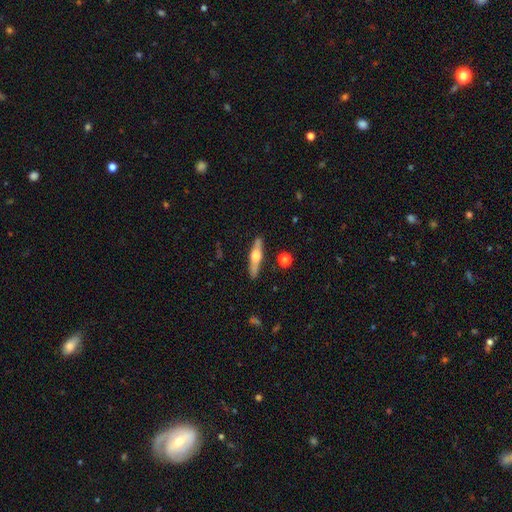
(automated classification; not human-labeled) This appears to be a featured or disk galaxy (63%) viewed edge-on (95%) with a rounded central bulge (92%). Merging: none (87%).